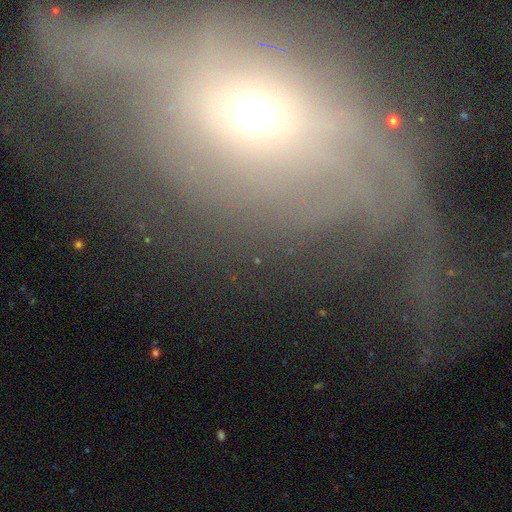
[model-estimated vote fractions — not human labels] Smooth or featured? Predicted: featured or disk (p=0.59). Edge-on disk? Predicted: no (p=0.86). Bar? Predicted: no (p=0.71). Spiral arms? Predicted: no (p=0.52). Bulge size? Predicted: moderate (p=0.53). Merging? Predicted: major disturbance (p=0.45).